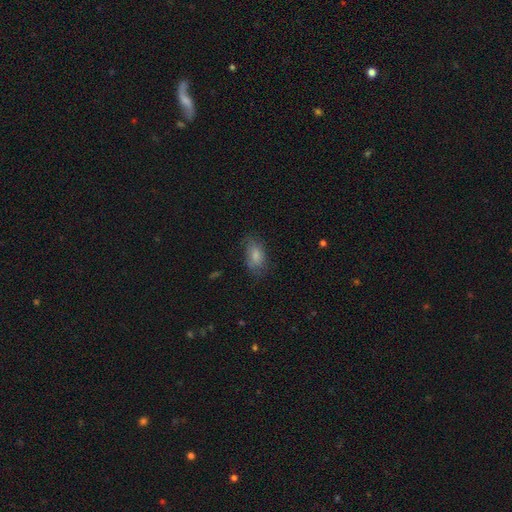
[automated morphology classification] The model was most divided on "merging": none: 62%, minor disturbance: 26%, major disturbance: 11%, merger: 1%. More confident: how rounded — in between (90%); smooth or featured — smooth (75%).